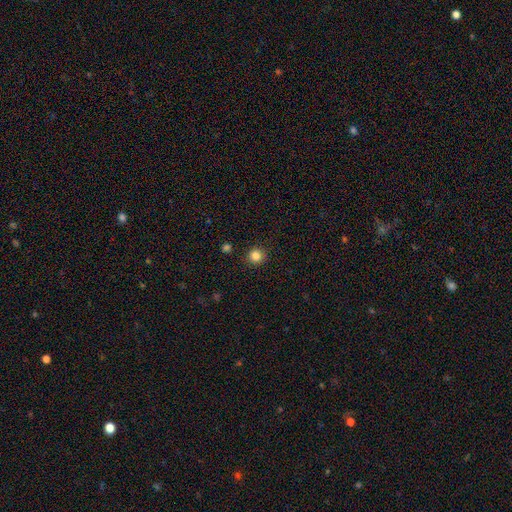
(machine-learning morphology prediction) smooth-or-featured: smooth: 84% | star or artifact: 12% | featured or disk: 4%
  how-rounded: round: 93% | in between: 6% | cigar-shaped: 1%
  merging: none: 91% | minor disturbance: 6% | major disturbance: 2% | merger: 2%